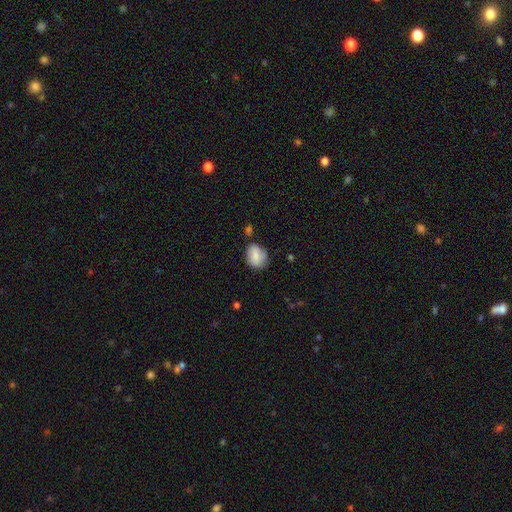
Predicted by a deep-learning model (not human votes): smooth 75%, featured or disk 17%, star or artifact 8%. Down the decision tree: how rounded — in between (54%); merging — none (59%).